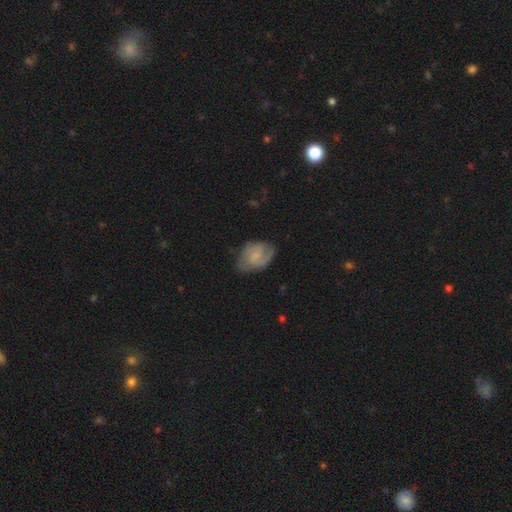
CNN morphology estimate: smooth-or-featured: featured or disk: 57% | smooth: 36% | star or artifact: 7%
  disk-edge-on: no: 97% | yes: 3%
    bar: no: 50% | weak: 42% | strong: 8%
    has-spiral-arms: yes: 86% | no: 14%
    bulge-size: none: 42% | small: 35% | moderate: 18% | large: 4% | dominant: 1%
  merging: none: 63% | minor disturbance: 25% | major disturbance: 11% | merger: 2%